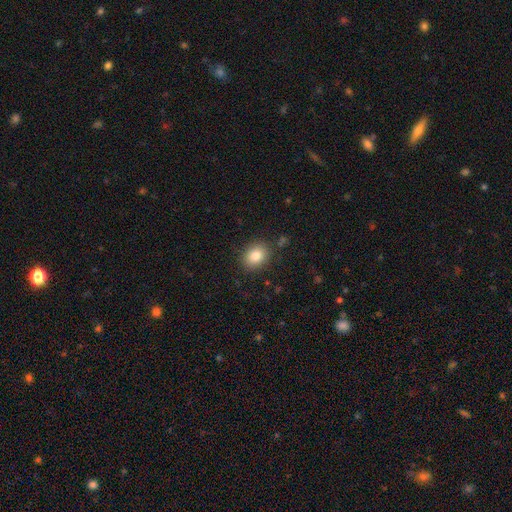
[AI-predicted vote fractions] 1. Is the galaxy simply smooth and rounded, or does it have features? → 82% smooth, 10% star or artifact, 8% featured or disk.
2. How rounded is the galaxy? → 50% round, 49% in between, 1% cigar-shaped.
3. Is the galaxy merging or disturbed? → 86% none, 9% minor disturbance, 3% major disturbance, 2% merger.